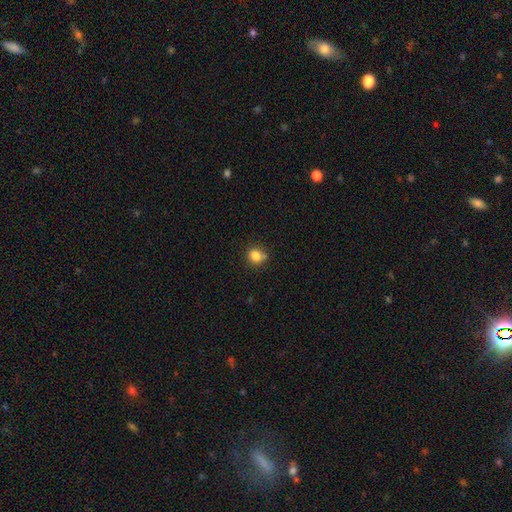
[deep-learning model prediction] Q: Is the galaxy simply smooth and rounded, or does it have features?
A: smooth — 83%.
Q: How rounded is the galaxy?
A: round — 79%.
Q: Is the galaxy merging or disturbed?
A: none — 65%.